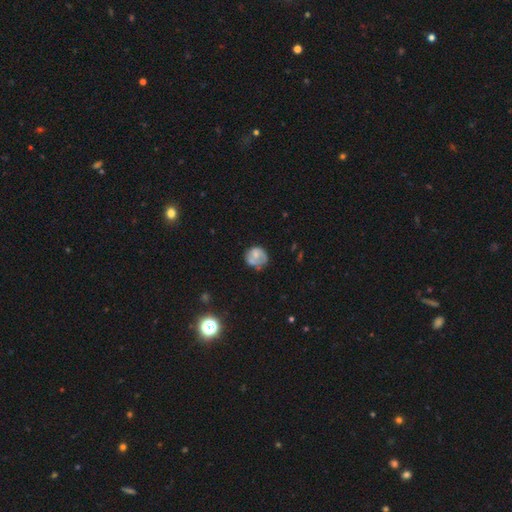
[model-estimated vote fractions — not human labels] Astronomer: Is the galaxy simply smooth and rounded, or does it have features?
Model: smooth — 53% (runner-up: featured or disk, 39%).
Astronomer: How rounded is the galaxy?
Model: round — 77%.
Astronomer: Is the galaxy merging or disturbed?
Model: none — 54%.